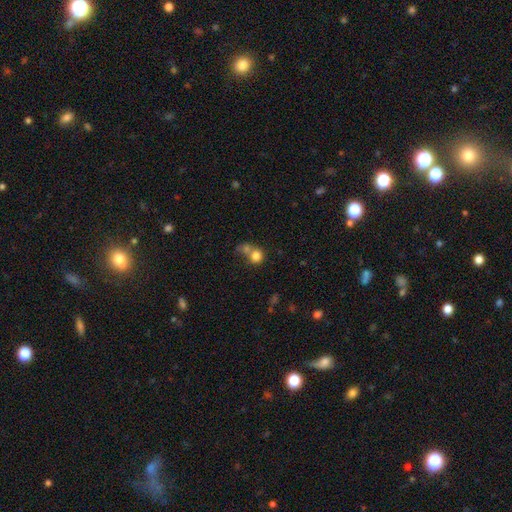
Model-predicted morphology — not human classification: This is likely a smooth galaxy (79%). How rounded: clearly round (83%). Merging: marginally merger (45%).